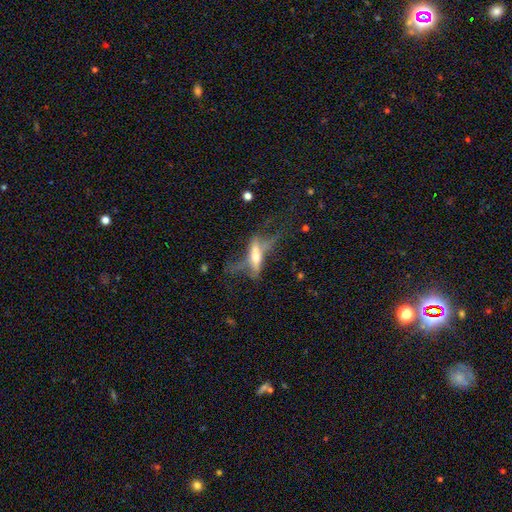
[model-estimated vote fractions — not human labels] A featured or disk galaxy (56%) viewed edge-on (66%).

Vote fractions:
- Smooth or featured? featured or disk: 56% / smooth: 35% / star or artifact: 10%
- Edge-on disk? yes: 66% / no: 34%
- Merging? major disturbance: 43% / none: 30% / minor disturbance: 20% / merger: 7%